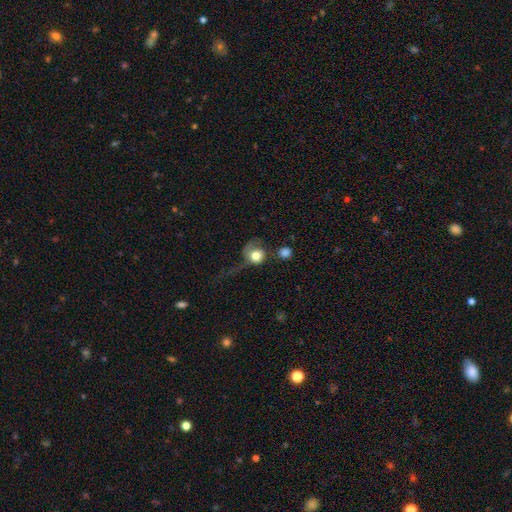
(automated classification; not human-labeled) A smooth galaxy with no disk features (70%) that is round (80%). Merging: major disturbance (47%).